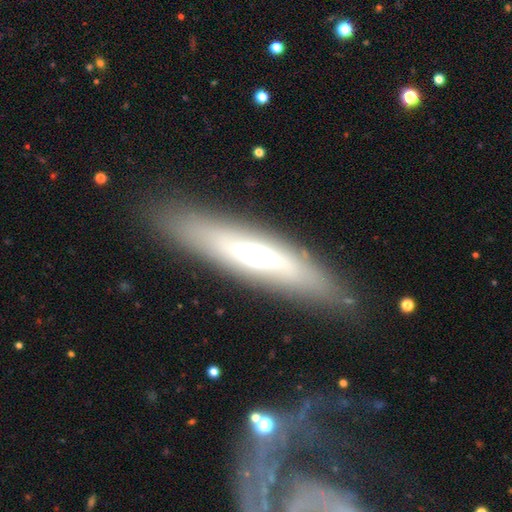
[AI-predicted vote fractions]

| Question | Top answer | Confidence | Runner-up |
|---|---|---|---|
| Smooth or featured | featured or disk | 51% | smooth (41%) |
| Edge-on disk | yes | 62% | no (38%) |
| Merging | none | 81% | minor disturbance (12%) |